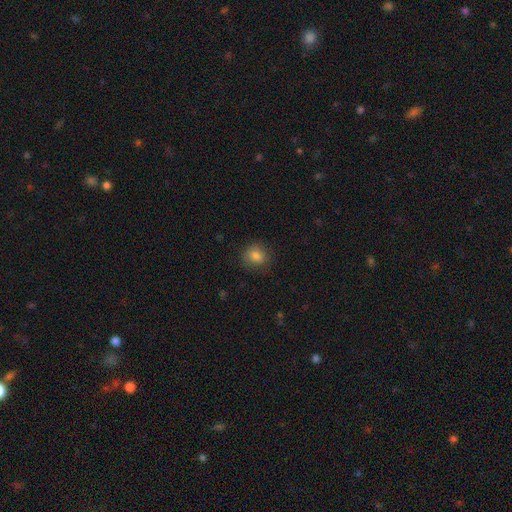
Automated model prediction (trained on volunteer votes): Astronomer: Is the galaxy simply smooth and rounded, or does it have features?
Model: smooth — 83%.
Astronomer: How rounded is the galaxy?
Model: round — 74%.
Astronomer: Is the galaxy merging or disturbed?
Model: none — 80%.